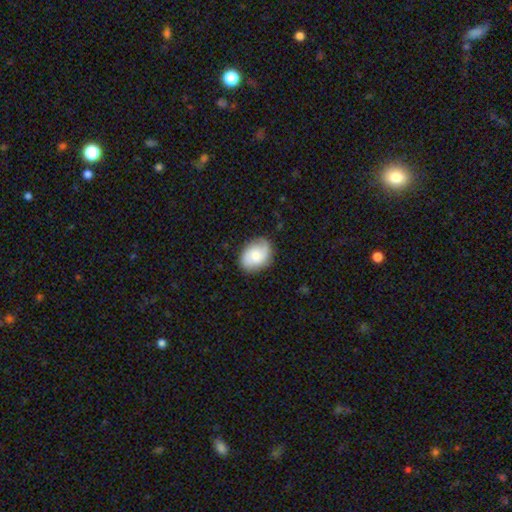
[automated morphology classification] Overall: smooth (50%; featured or disk 43%). How rounded: in between (68%; round 31%). Merging: none (79%).